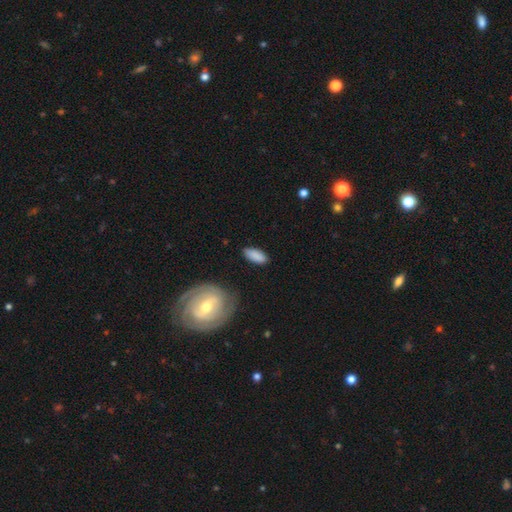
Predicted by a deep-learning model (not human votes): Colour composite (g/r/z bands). It shows a smooth galaxy with no disk features (86%) that is in between round and cigar-shaped (83%). Merging: none (82%).